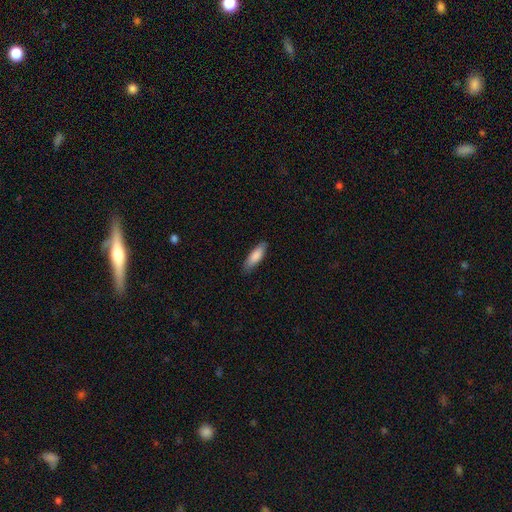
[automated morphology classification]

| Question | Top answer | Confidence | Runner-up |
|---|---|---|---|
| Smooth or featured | smooth | 85% | featured or disk (10%) |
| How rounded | in between | 51% | cigar-shaped (48%) |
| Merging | none | 85% | minor disturbance (12%) |